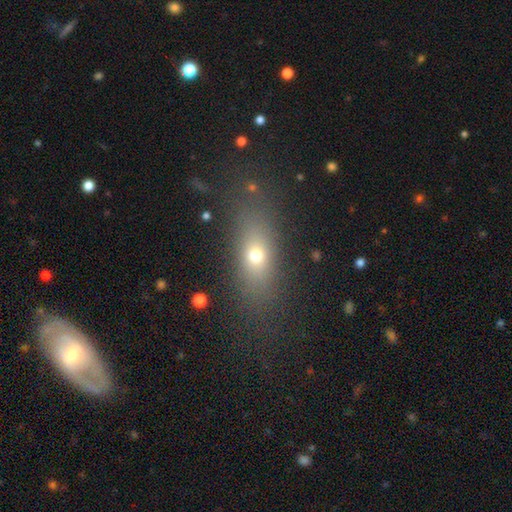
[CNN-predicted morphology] This appears to be a smooth galaxy with no disk features (66%) that is in between round and cigar-shaped (61%). Merging: none (80%).